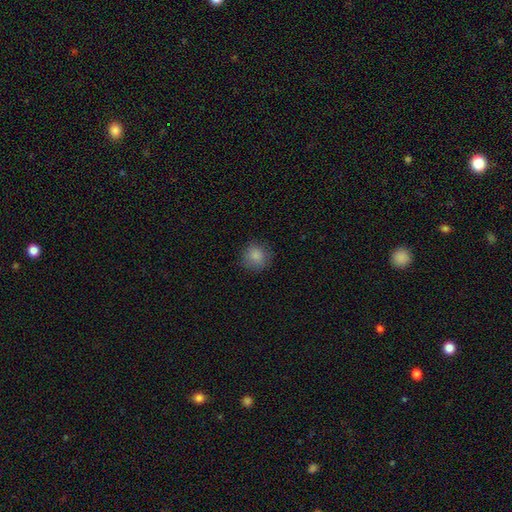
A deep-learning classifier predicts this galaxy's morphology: Overall: smooth (86%). How rounded: round (89%). Merging: none (84%).